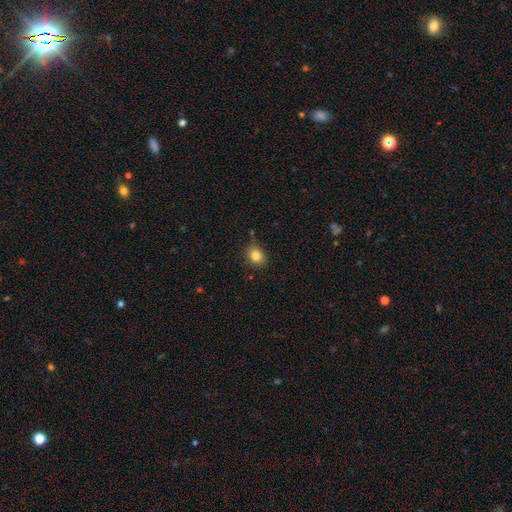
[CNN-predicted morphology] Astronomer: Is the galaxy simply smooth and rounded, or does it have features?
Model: smooth — 83%.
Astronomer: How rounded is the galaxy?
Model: round — 55% (runner-up: in between, 44%).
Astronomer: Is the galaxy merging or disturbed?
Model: none — 79%.